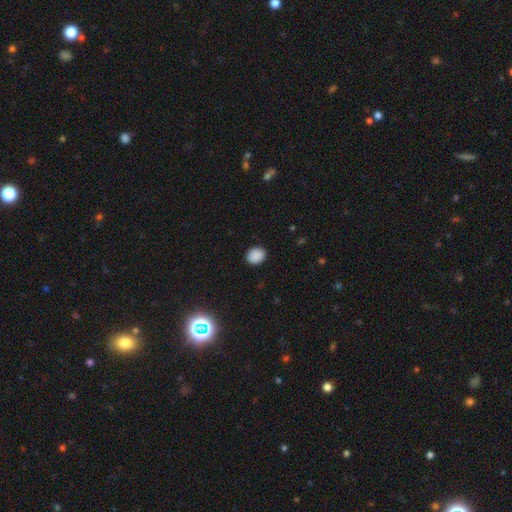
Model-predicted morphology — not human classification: This appears to be a smooth galaxy with no disk features (88%) that is round (66%). Merging: none (90%).